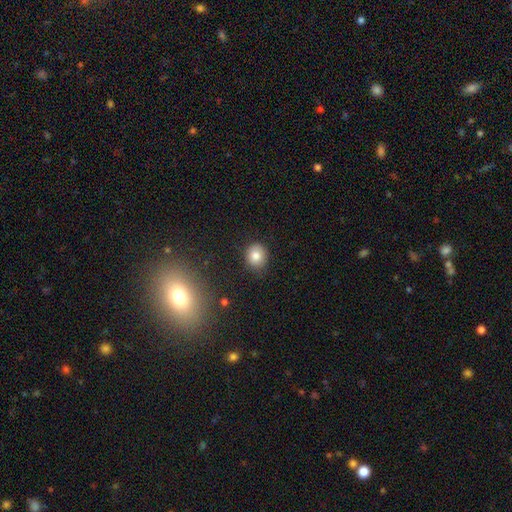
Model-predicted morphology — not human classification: The model was most divided on "how rounded": round: 79%, in between: 20%, cigar-shaped: 1%. More confident: merging — none (85%); smooth or featured — smooth (82%).